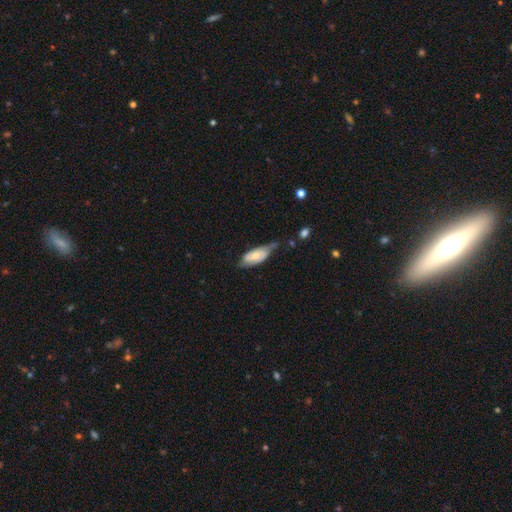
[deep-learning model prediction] Overall: smooth (51%; featured or disk 42%). How rounded: in between (81%). Merging: none (41%; minor disturbance 40%).